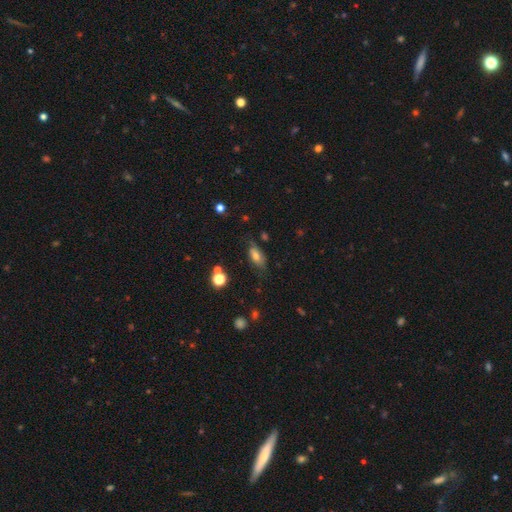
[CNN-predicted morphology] smooth-or-featured: smooth: 65% | featured or disk: 24% | star or artifact: 11%
  how-rounded: in between: 85% | cigar-shaped: 8% | round: 6%
  merging: none: 62% | minor disturbance: 26% | major disturbance: 9% | merger: 3%